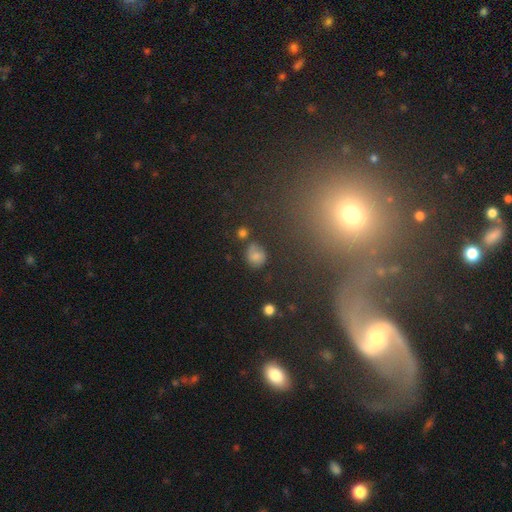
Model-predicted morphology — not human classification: Smooth or featured? smooth (68%)
How rounded? round (68%)
Merging? none (64%)